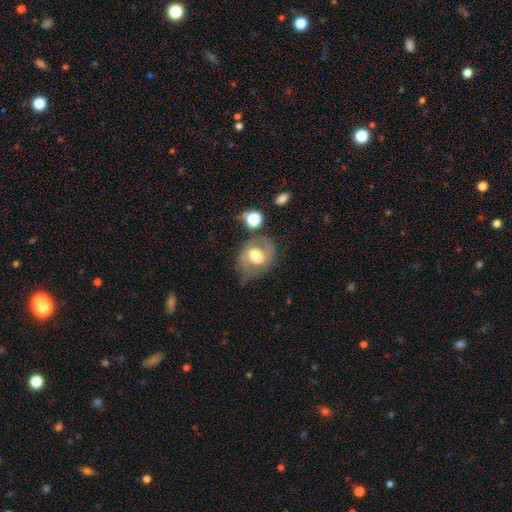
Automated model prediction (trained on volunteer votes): Overall: featured or disk (48%; smooth 43%). Merging: none (56%; minor disturbance 23%).